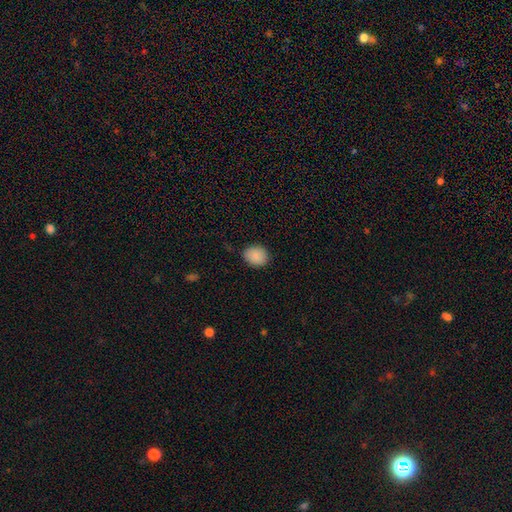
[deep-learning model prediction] Smooth or featured? Predicted: smooth (p=0.88). How rounded? Predicted: round (p=0.65). Merging? Predicted: none (p=0.86).